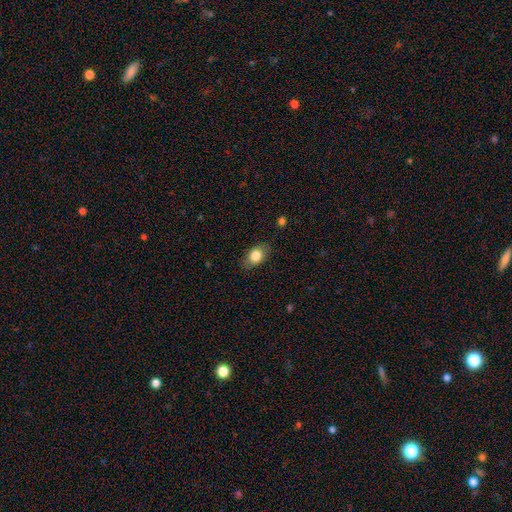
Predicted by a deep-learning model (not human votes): A smooth galaxy with no disk features (81%) that is in between round and cigar-shaped (81%). Merging: none (81%).